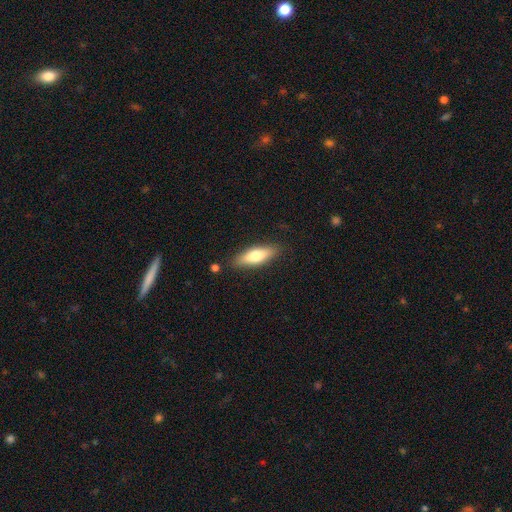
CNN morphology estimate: A smooth galaxy with no disk features (70%) that is in between round and cigar-shaped (54%).

Vote fractions:
- Smooth or featured? smooth: 70% / featured or disk: 23% / star or artifact: 6%
- How rounded? in between: 54% / cigar-shaped: 44% / round: 2%
- Merging? none: 83% / minor disturbance: 12% / major disturbance: 3% / merger: 2%